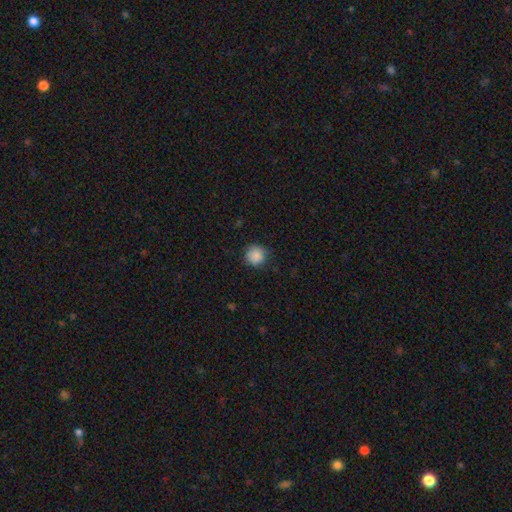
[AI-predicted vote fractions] Q: Smooth or featured?
A: smooth (88%); runner-up: star or artifact (9%)
Q: How rounded?
A: round (93%); runner-up: in between (6%)
Q: Merging?
A: none (85%); runner-up: minor disturbance (12%)